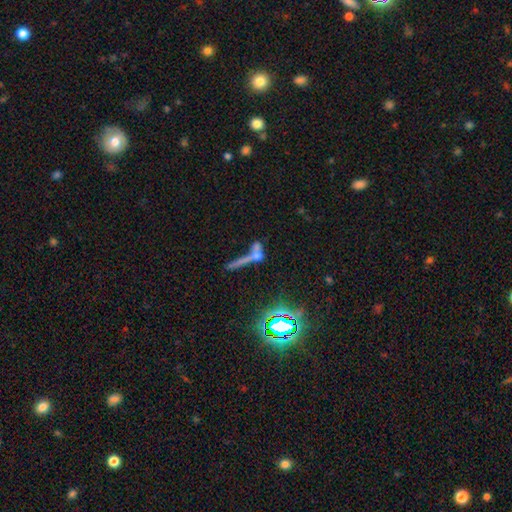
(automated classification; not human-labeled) This is marginally a smooth galaxy (44%). Merging: possibly merger (50%).